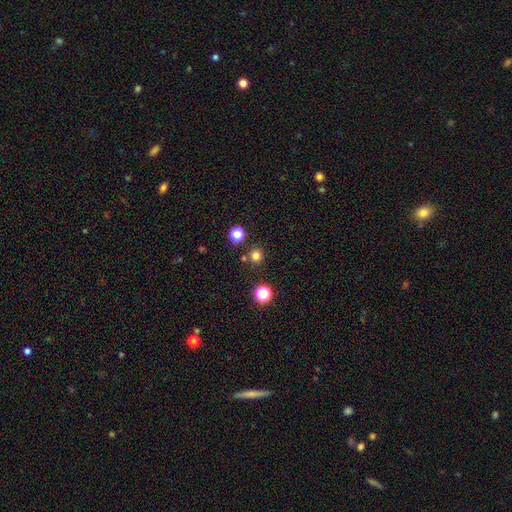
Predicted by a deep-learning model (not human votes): The model was most divided on "smooth or featured": smooth: 77%, star or artifact: 18%, featured or disk: 5%. More confident: how rounded — round (92%); merging — none (82%).